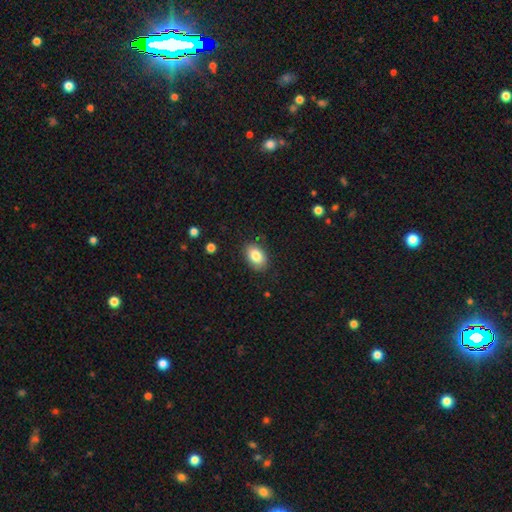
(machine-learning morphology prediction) Smooth or featured: smooth — 84% (featured or disk — 8%)
How rounded: in between — 86% (round — 13%)
Merging: none — 86% (minor disturbance — 11%)